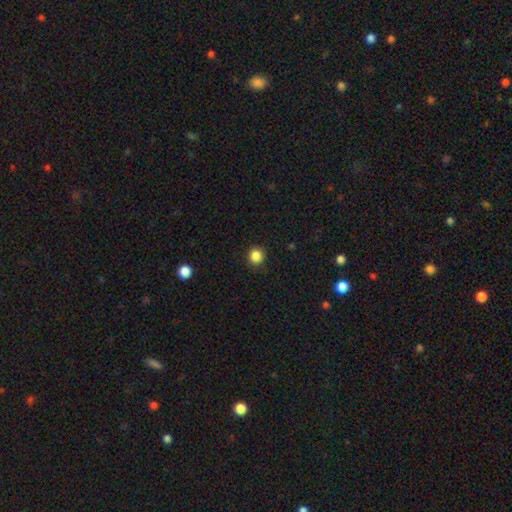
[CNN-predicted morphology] The model was most divided on "smooth or featured": smooth: 86%, star or artifact: 11%, featured or disk: 4%. More confident: merging — none (90%); how rounded — round (89%).